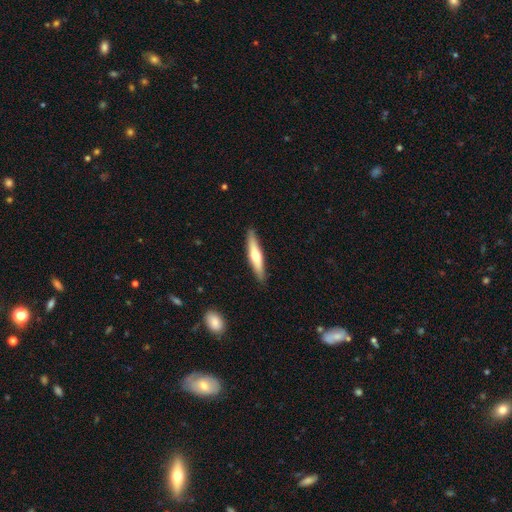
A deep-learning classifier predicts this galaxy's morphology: A smooth galaxy with no disk features (51%) that is cigar-shaped (87%).

Vote fractions:
- Smooth or featured? smooth: 51% / featured or disk: 44% / star or artifact: 5%
- How rounded? cigar-shaped: 87% / in between: 12% / round: 1%
- Merging? none: 89% / minor disturbance: 8% / major disturbance: 2% / merger: 1%